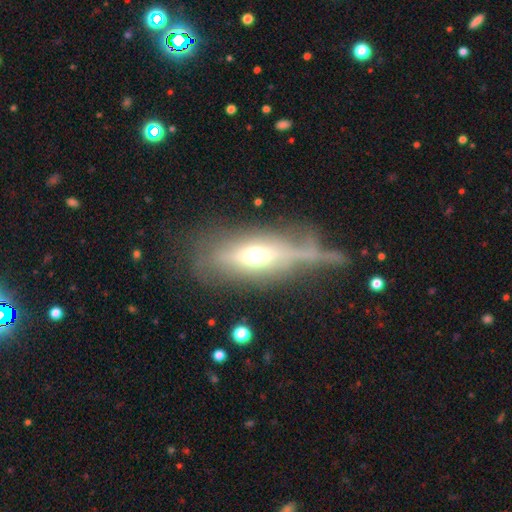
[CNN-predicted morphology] This appears to be a featured or disk galaxy (46%). Merging: none (39%).